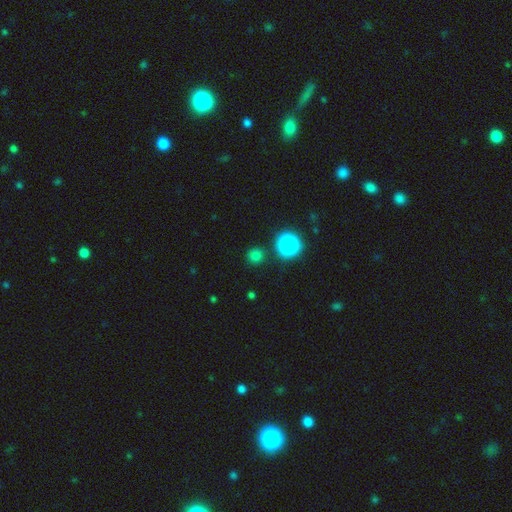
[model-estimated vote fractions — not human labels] This is likely a smooth galaxy (74%). How rounded: clearly round (93%). Merging: clearly none (87%).